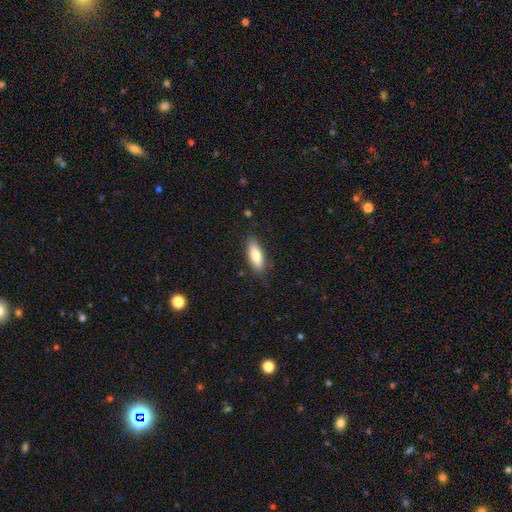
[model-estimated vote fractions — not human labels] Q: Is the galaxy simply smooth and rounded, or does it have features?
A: smooth — 77%.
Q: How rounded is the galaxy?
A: in between — 63%.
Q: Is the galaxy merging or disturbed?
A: none — 83%.